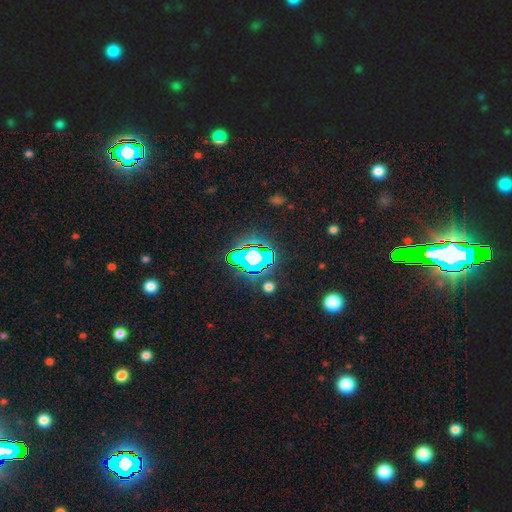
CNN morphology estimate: Q: Smooth or featured?
A: star or artifact (64%); runner-up: smooth (22%)